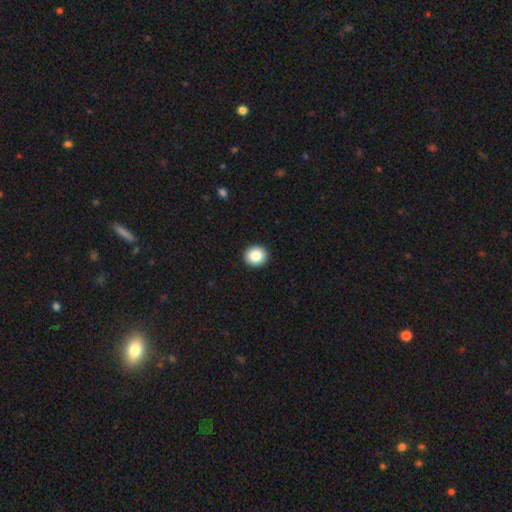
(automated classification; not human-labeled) This is clearly a smooth galaxy (87%). How rounded: clearly round (83%). Merging: clearly none (93%).